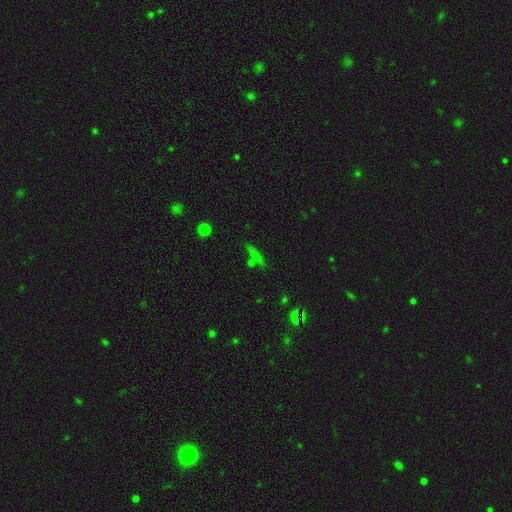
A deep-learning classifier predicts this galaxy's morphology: The model was most divided on "smooth or featured": smooth: 51%, featured or disk: 29%, star or artifact: 19%. More confident: how rounded — cigar-shaped (81%); merging — none (79%).